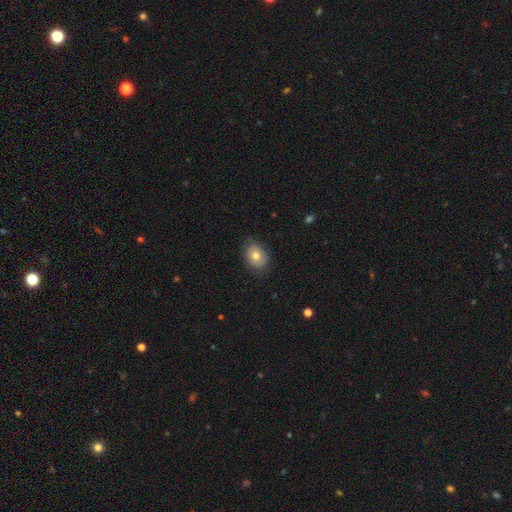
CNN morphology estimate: This appears to be a smooth galaxy with no disk features (72%) that is in between round and cigar-shaped (56%). Merging: none (75%).